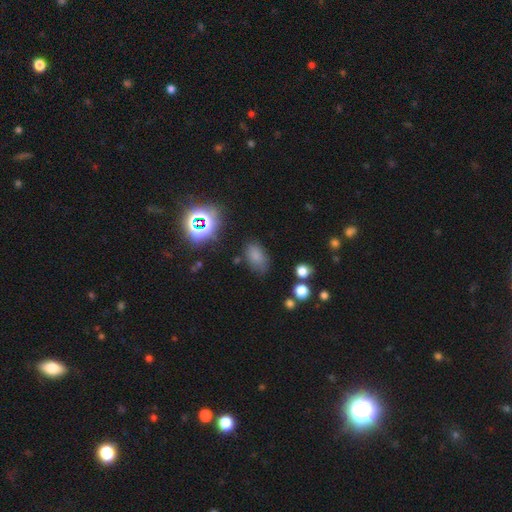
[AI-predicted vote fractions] Smooth or featured?
  - smooth: 74% *
  - star or artifact: 17%
  - featured or disk: 9%
How rounded?
  - in between: 89% *
  - round: 9%
  - cigar-shaped: 2%
Merging?
  - none: 69% *
  - minor disturbance: 20%
  - major disturbance: 7%
  - merger: 4%